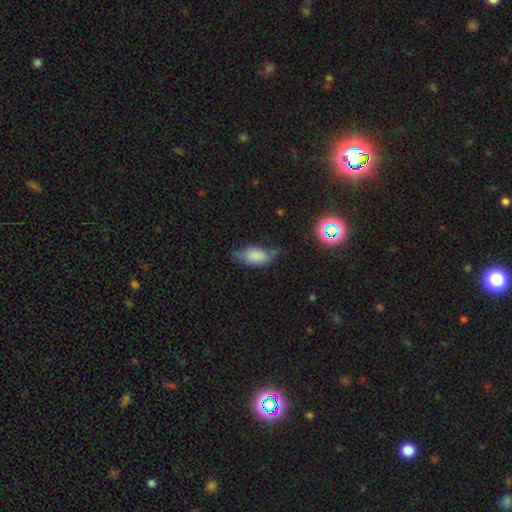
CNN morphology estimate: Smooth or featured? smooth (73%)
How rounded? in between (89%)
Merging? none (45%)